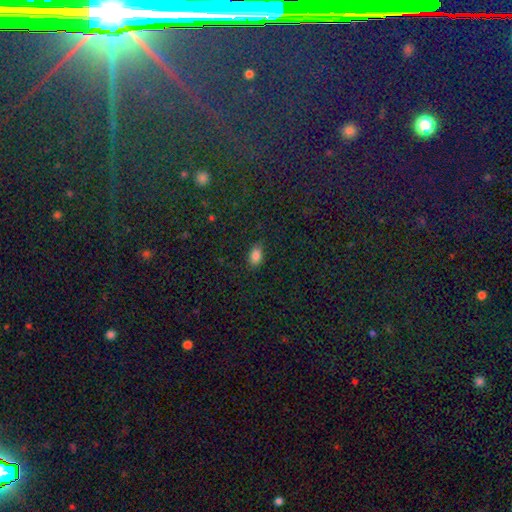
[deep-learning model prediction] Smooth or featured? smooth (84%)
How rounded? in between (88%)
Merging? none (78%)